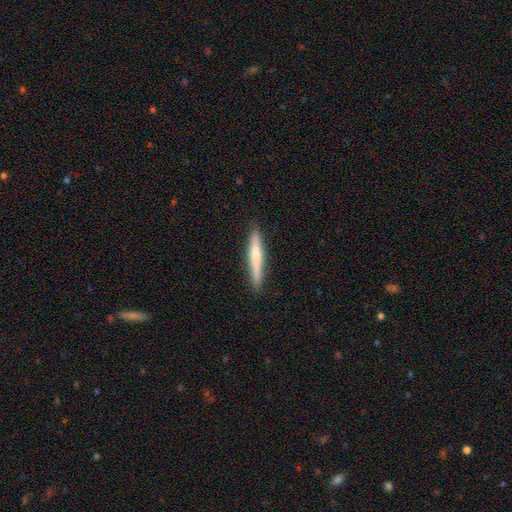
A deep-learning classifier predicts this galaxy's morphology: This is likely a smooth galaxy (61%). How rounded: clearly cigar-shaped (94%). Merging: clearly none (90%).